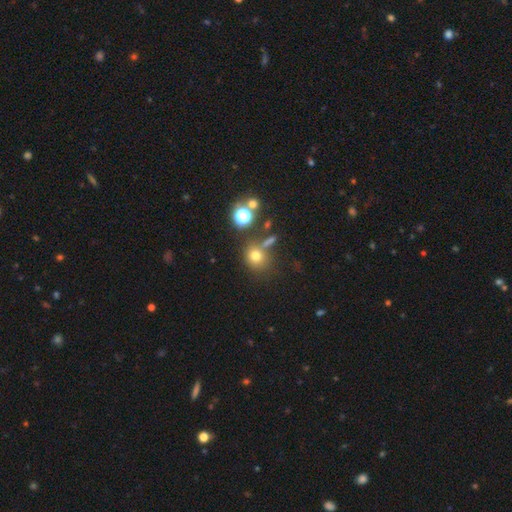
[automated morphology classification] Smooth or featured? Predicted: smooth (p=0.71). How rounded? Predicted: round (p=0.80). Merging? Predicted: none (p=0.66).